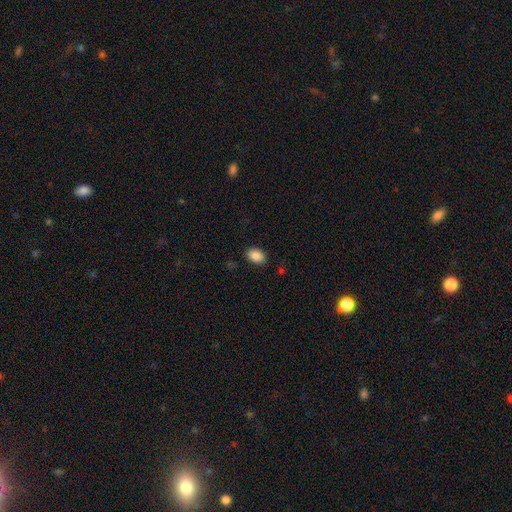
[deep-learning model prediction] smooth_or_featured: smooth (p=0.88) [alt: star or artifact p=0.08]
how_rounded: in between (p=0.80) [alt: round p=0.19]
merging: none (p=0.87) [alt: minor disturbance p=0.09]